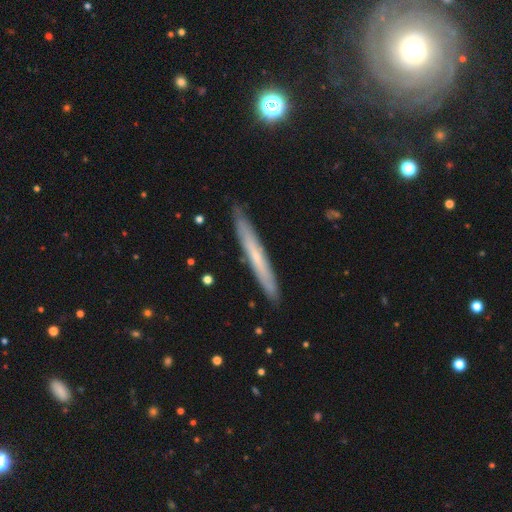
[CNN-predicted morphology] smooth-or-featured: smooth: 50% | featured or disk: 44% | star or artifact: 6%
  merging: none: 88% | minor disturbance: 9% | major disturbance: 1% | merger: 1%